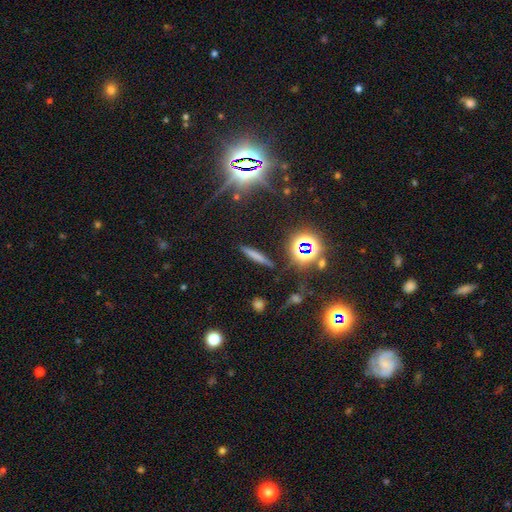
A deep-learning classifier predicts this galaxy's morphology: Q: Smooth or featured?
A: smooth (61%); runner-up: featured or disk (20%)
Q: How rounded?
A: cigar-shaped (90%); runner-up: in between (6%)
Q: Merging?
A: none (87%); runner-up: minor disturbance (8%)